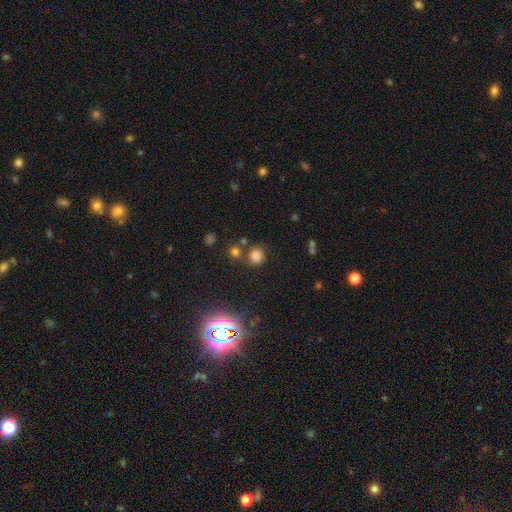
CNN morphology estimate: smooth-or-featured: smooth: 71% | star or artifact: 22% | featured or disk: 7%
  how-rounded: round: 80% | in between: 19% | cigar-shaped: 1%
  merging: none: 70% | minor disturbance: 13% | merger: 11% | major disturbance: 6%